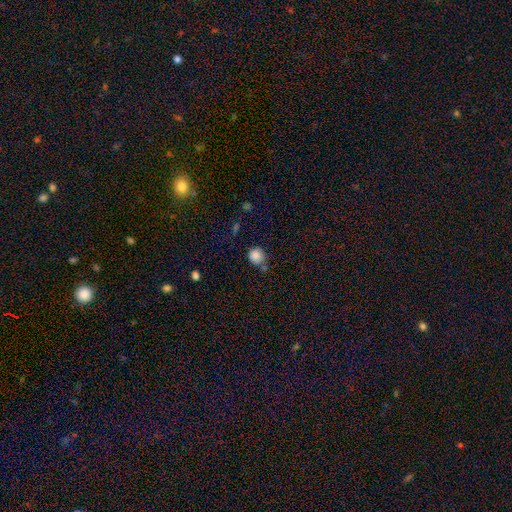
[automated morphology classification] Smooth or featured?
  - smooth: 86% *
  - star or artifact: 10%
  - featured or disk: 4%
How rounded?
  - round: 89% *
  - in between: 10%
  - cigar-shaped: 1%
Merging?
  - none: 67% *
  - minor disturbance: 18%
  - merger: 10%
  - major disturbance: 5%